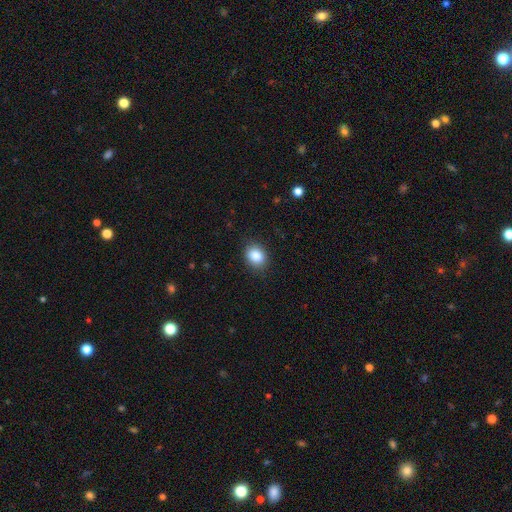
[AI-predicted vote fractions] smooth-or-featured: smooth: 86% | star or artifact: 9% | featured or disk: 5%
  how-rounded: in between: 51% | round: 48% | cigar-shaped: 1%
  merging: none: 86% | minor disturbance: 10% | major disturbance: 2% | merger: 1%